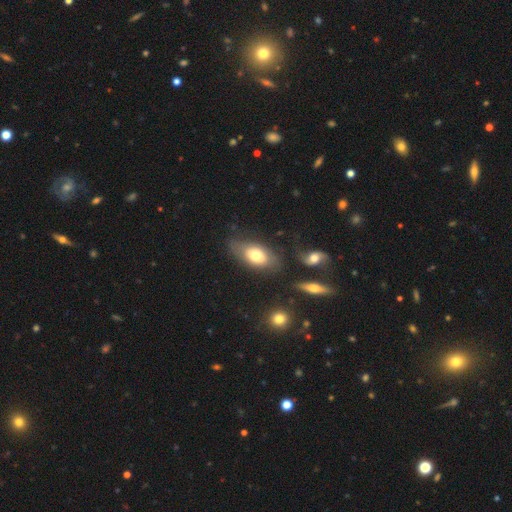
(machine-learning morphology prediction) A smooth galaxy with no disk features (67%) that is in between round and cigar-shaped (88%).

Vote fractions:
- Smooth or featured? smooth: 67% / featured or disk: 26% / star or artifact: 7%
- How rounded? in between: 88% / round: 8% / cigar-shaped: 4%
- Merging? none: 62% / minor disturbance: 21% / major disturbance: 10% / merger: 7%